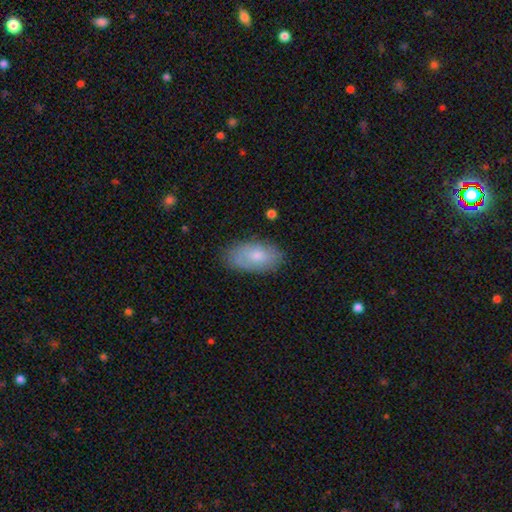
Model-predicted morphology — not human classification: Overall: smooth (70%). How rounded: in between (93%). Merging: none (77%).